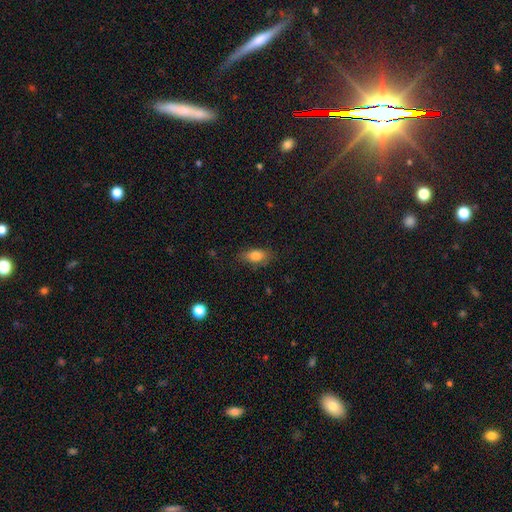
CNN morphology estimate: Smooth or featured?
  - smooth: 79% *
  - featured or disk: 12%
  - star or artifact: 9%
How rounded?
  - in between: 83% *
  - cigar-shaped: 10%
  - round: 7%
Merging?
  - none: 79% *
  - minor disturbance: 16%
  - major disturbance: 4%
  - merger: 1%